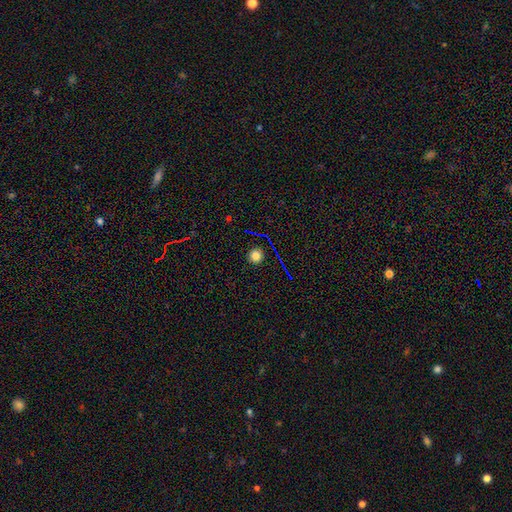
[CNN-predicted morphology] smooth-or-featured: smooth: 77% | star or artifact: 16% | featured or disk: 7%
  how-rounded: round: 95% | in between: 4% | cigar-shaped: 1%
  merging: none: 91% | minor disturbance: 6% | major disturbance: 2% | merger: 1%